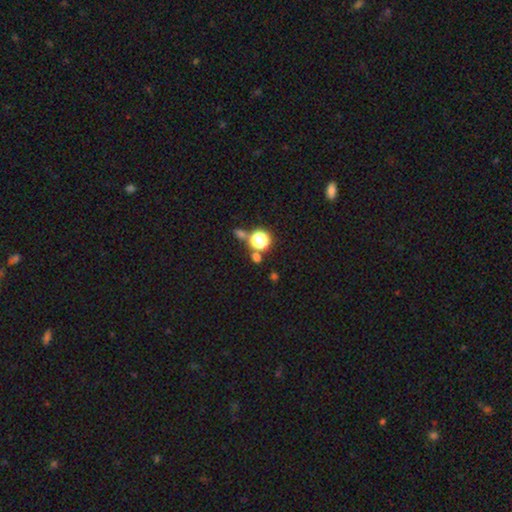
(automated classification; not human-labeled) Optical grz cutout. It shows a smooth galaxy with no disk features (49%). Merging: none (71%).